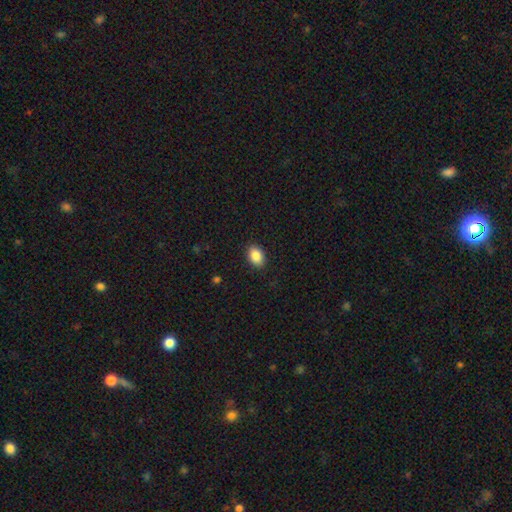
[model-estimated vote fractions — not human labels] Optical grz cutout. It shows a smooth galaxy with no disk features (87%) that is in between round and cigar-shaped (83%). Merging: none (89%).